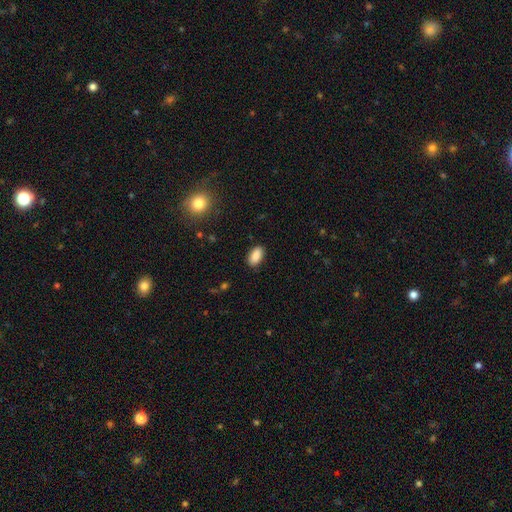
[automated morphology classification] type=smooth (89%); roundness=in between (94%); merging=none (87%).